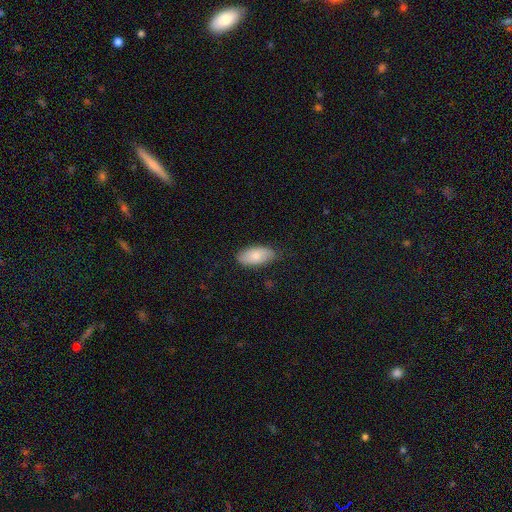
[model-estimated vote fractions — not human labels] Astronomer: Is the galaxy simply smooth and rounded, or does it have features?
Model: smooth — 83%.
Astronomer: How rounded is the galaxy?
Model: in between — 92%.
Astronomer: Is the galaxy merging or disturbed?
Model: none — 80%.